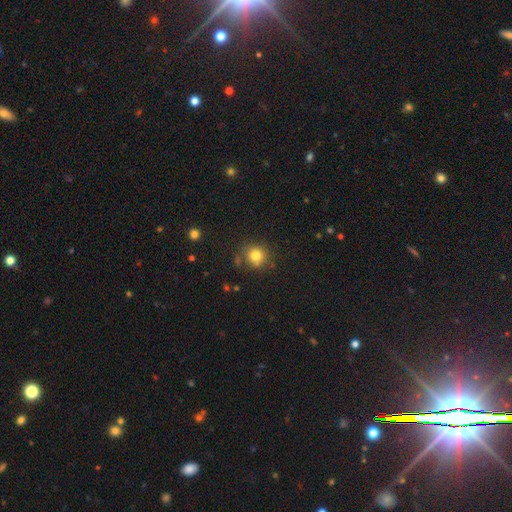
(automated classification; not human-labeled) smooth 80%, star or artifact 13%, featured or disk 8%. Down the decision tree: how rounded — round (88%); merging — none (77%).